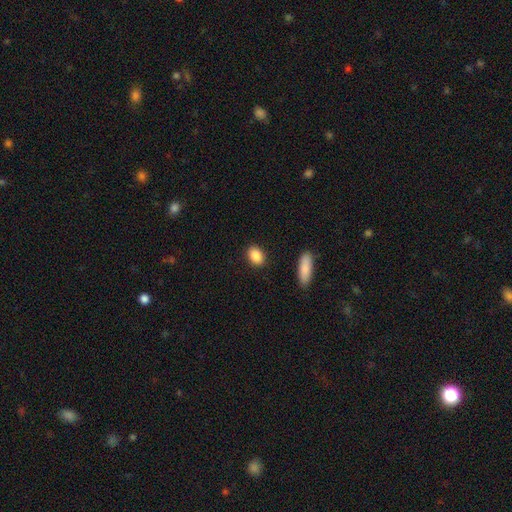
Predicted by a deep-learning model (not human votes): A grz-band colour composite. It shows a smooth galaxy with no disk features (88%) that is in between round and cigar-shaped (74%). Merging: none (88%).